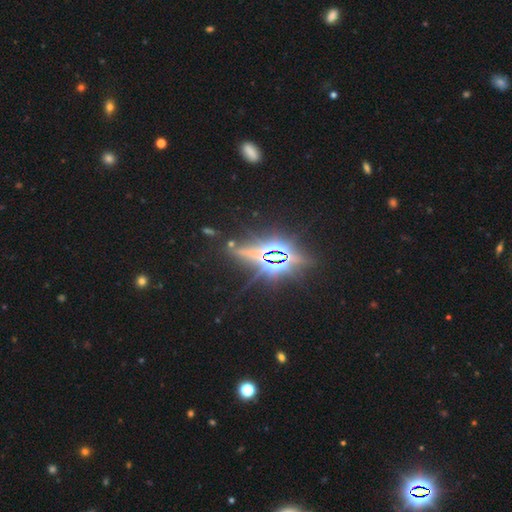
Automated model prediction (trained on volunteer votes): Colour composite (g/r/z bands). It shows a star or artifact, not a galaxy (58%).